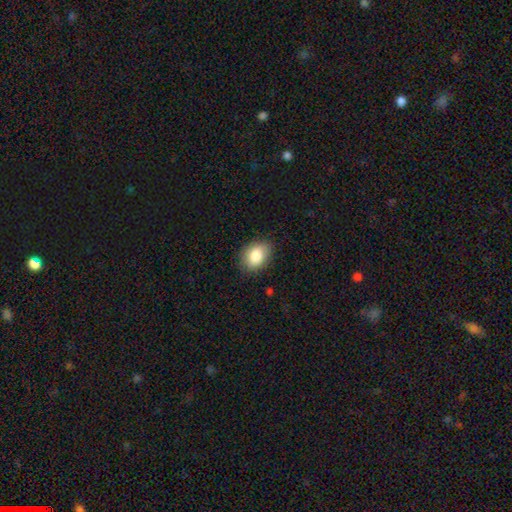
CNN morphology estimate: Q: Smooth or featured?
A: smooth (84%); runner-up: featured or disk (8%)
Q: How rounded?
A: in between (74%); runner-up: round (25%)
Q: Merging?
A: none (84%); runner-up: minor disturbance (13%)